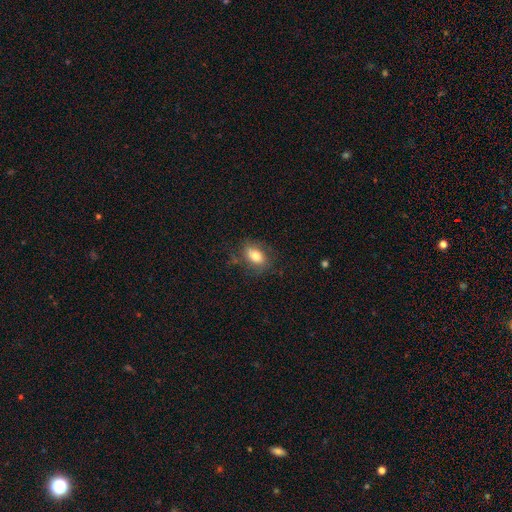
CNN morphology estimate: Smooth or featured? smooth (77%)
How rounded? in between (83%)
Merging? none (73%)